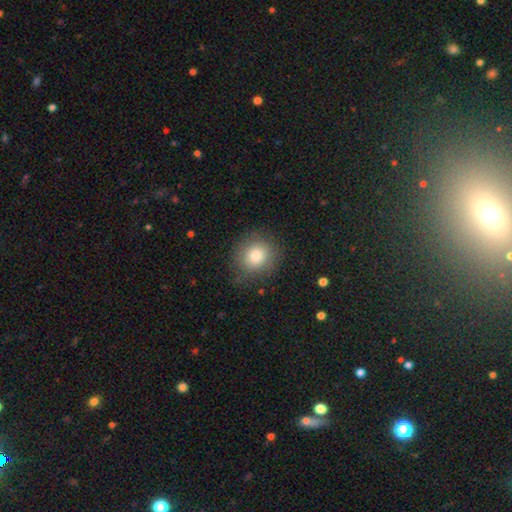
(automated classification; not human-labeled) Smooth or featured: smooth — 83% (star or artifact — 9%)
How rounded: round — 84% (in between — 15%)
Merging: none — 82% (minor disturbance — 13%)